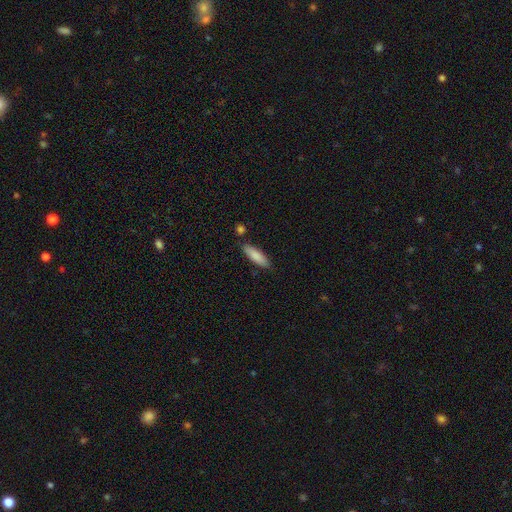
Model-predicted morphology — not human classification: smooth-or-featured: smooth: 85% | featured or disk: 9% | star or artifact: 6%
  how-rounded: cigar-shaped: 59% | in between: 40% | round: 2%
  merging: none: 83% | minor disturbance: 11% | merger: 4% | major disturbance: 2%